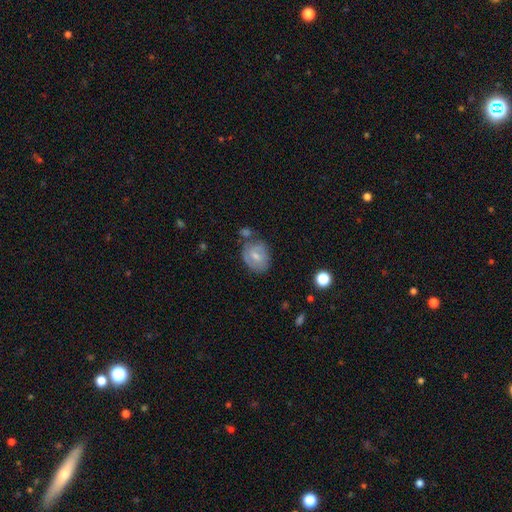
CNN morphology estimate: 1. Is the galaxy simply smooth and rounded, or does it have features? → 52% smooth, 40% featured or disk, 8% star or artifact.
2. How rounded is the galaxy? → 52% round, 47% in between, 1% cigar-shaped.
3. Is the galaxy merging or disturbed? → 60% none, 22% minor disturbance, 11% merger, 7% major disturbance.